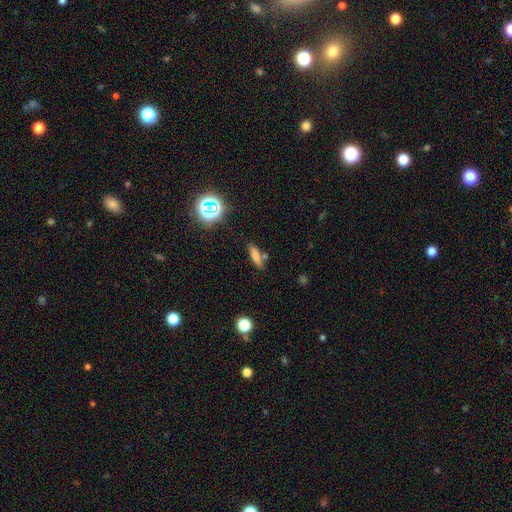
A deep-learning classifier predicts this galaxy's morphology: Smooth or featured?
  - smooth: 71% *
  - star or artifact: 15%
  - featured or disk: 15%
How rounded?
  - cigar-shaped: 60% *
  - in between: 36%
  - round: 4%
Merging?
  - none: 71% *
  - minor disturbance: 14%
  - merger: 11%
  - major disturbance: 4%